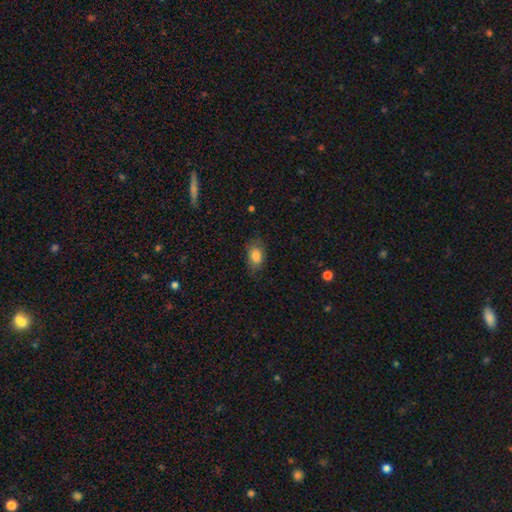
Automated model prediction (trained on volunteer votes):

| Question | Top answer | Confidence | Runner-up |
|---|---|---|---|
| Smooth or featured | smooth | 83% | featured or disk (9%) |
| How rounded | in between | 86% | round (12%) |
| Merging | none | 75% | minor disturbance (19%) |